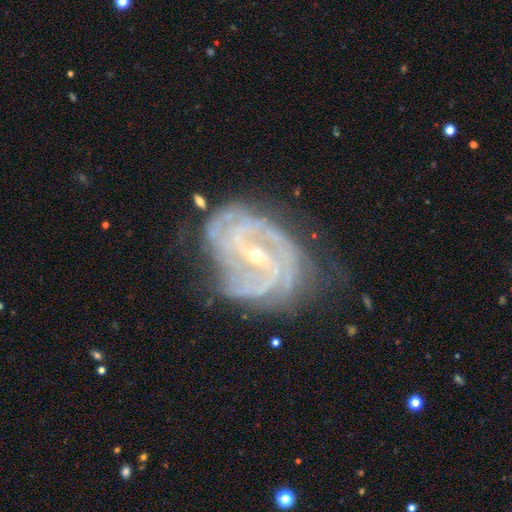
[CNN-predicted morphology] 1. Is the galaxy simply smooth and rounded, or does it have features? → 90% featured or disk, 6% star or artifact, 4% smooth.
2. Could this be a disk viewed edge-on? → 97% no, 3% yes.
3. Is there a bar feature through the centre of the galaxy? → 44% weak, 34% strong, 22% no.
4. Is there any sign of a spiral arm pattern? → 97% yes, 3% no.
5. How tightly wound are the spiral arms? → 52% tight, 38% medium, 10% loose.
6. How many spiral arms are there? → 30% 2, 21% 3, 21% can't tell, 14% 4, 7% more than 4, 7% 1.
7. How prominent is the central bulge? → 74% small, 23% moderate, 1% none, 1% large, 1% dominant.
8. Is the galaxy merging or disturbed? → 62% none, 24% minor disturbance, 12% major disturbance, 2% merger.